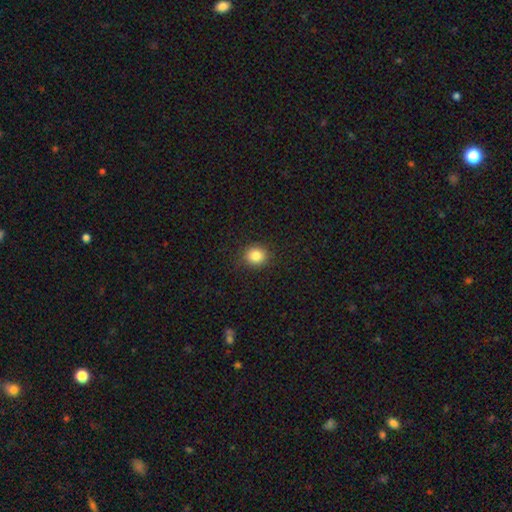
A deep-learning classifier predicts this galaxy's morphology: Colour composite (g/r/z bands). It shows a smooth galaxy with no disk features (84%) that is round (84%). Merging: none (89%).